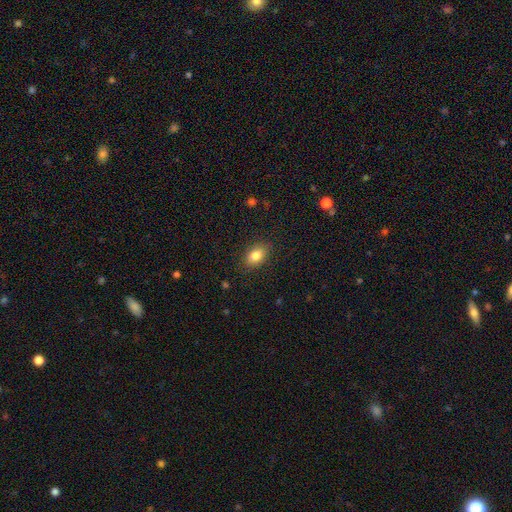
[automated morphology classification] This appears to be a smooth galaxy with no disk features (82%) that is in between round and cigar-shaped (83%). Merging: none (86%).